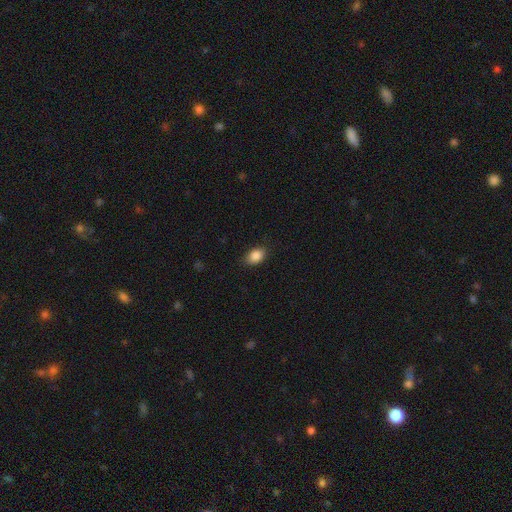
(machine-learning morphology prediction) Smooth or featured?
  - smooth: 87% *
  - star or artifact: 8%
  - featured or disk: 5%
How rounded?
  - in between: 80% *
  - round: 18%
  - cigar-shaped: 1%
Merging?
  - none: 84% *
  - minor disturbance: 13%
  - major disturbance: 3%
  - merger: 1%